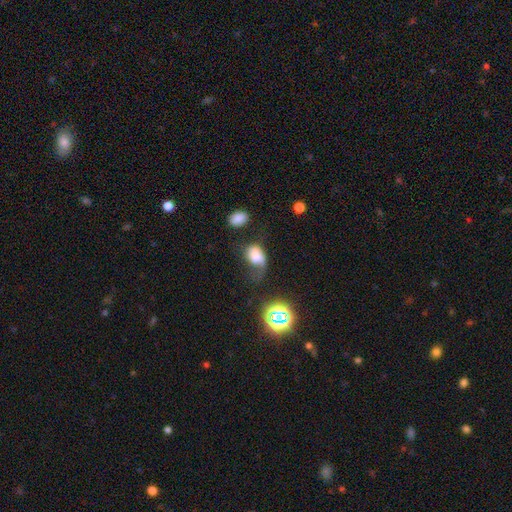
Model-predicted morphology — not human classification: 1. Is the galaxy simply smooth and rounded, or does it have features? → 67% smooth, 20% featured or disk, 12% star or artifact.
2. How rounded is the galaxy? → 75% in between, 23% round, 1% cigar-shaped.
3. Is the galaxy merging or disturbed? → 50% major disturbance, 24% minor disturbance, 18% none, 8% merger.